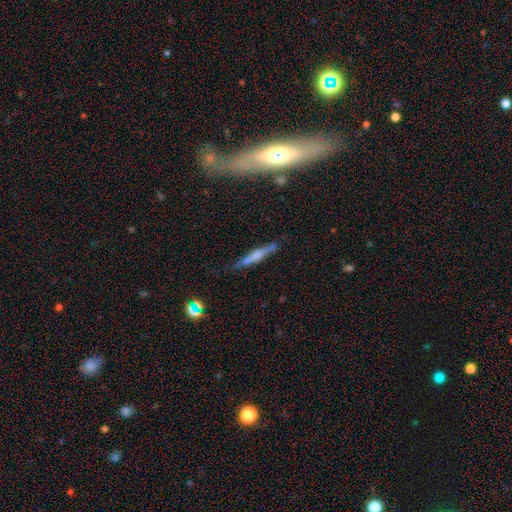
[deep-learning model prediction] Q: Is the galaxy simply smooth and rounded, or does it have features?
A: featured or disk — 53%.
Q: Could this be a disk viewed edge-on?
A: yes — 95%.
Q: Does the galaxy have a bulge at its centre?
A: rounded — 44%.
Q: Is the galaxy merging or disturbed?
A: none — 80%.